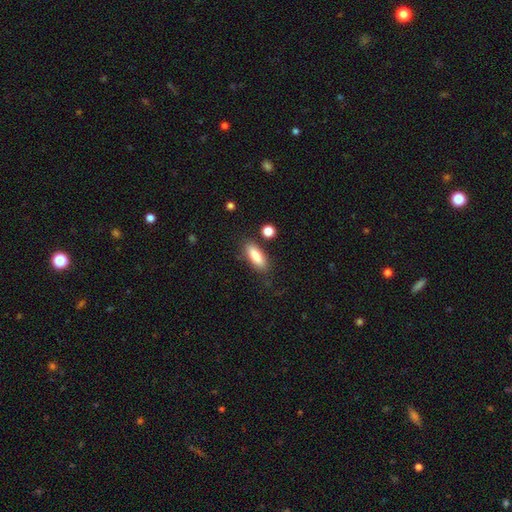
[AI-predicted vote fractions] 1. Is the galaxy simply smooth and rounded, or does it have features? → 84% smooth, 9% featured or disk, 7% star or artifact.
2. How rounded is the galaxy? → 65% in between, 33% cigar-shaped, 3% round.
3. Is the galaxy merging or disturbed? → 79% none, 13% minor disturbance, 4% merger, 3% major disturbance.